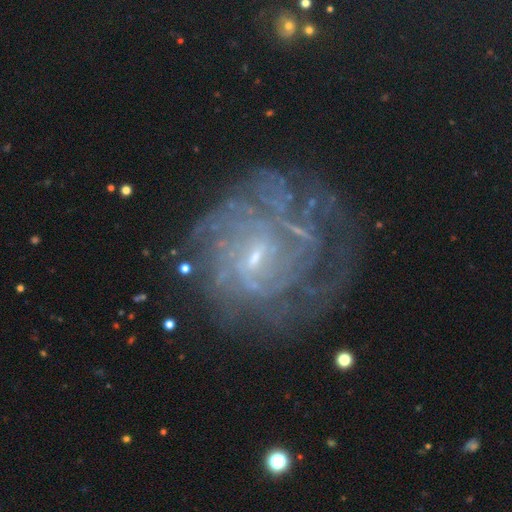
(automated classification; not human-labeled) smooth_or_featured: featured or disk (p=0.80) [alt: star or artifact p=0.11]
disk_edge_on: no (p=0.97) [alt: yes p=0.03]
bar: weak (p=0.52) [alt: no p=0.35]
has_spiral_arms: yes (p=0.88) [alt: no p=0.12]
spiral_winding: tight (p=0.62) [alt: medium p=0.27]
spiral_arm_count: can't tell (p=0.48) [alt: 4 p=0.13]
bulge_size: small (p=0.76) [alt: moderate p=0.14]
merging: none (p=0.63) [alt: minor disturbance p=0.18]